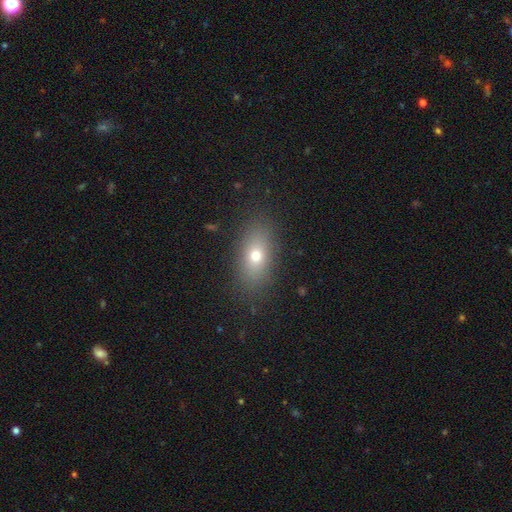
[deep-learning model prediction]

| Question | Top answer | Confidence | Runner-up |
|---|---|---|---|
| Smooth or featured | smooth | 70% | featured or disk (18%) |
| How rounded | in between | 79% | round (11%) |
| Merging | none | 85% | minor disturbance (9%) |